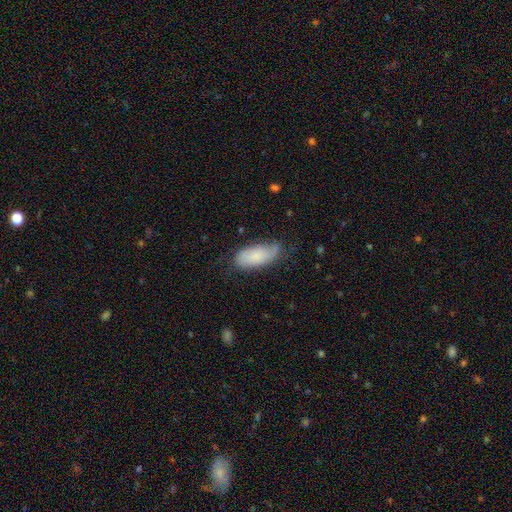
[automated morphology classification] The model was most divided on "merging": none: 61%, minor disturbance: 29%, major disturbance: 8%, merger: 2%. More confident: how rounded — in between (85%); smooth or featured — smooth (69%).